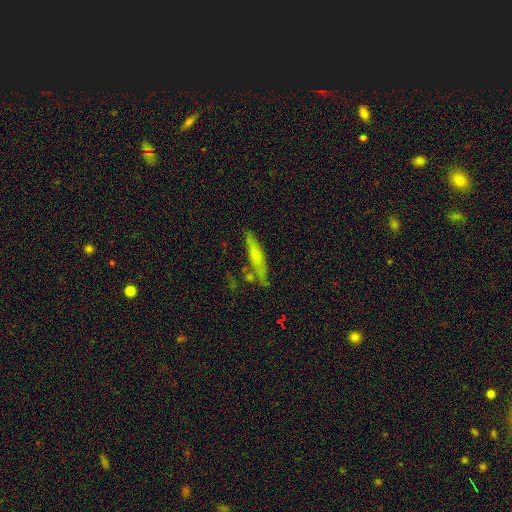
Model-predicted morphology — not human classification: A smooth galaxy with no disk features (55%) that is cigar-shaped (86%). Merging: none (71%).